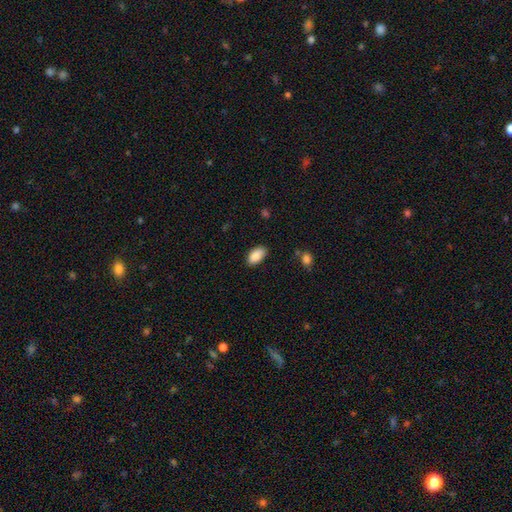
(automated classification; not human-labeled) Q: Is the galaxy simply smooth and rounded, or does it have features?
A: smooth — 89%.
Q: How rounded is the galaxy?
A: in between — 94%.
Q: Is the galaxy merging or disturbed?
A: none — 83%.